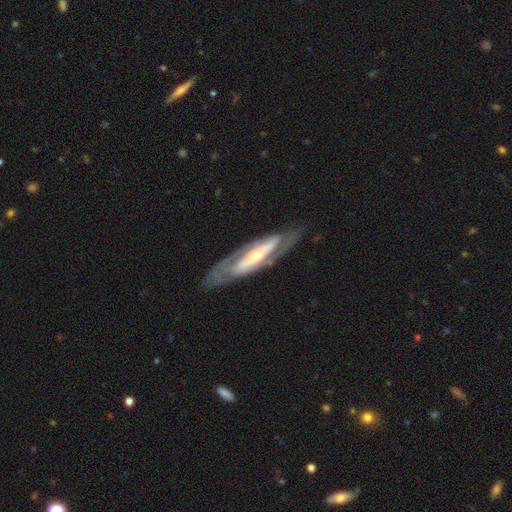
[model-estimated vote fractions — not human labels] A featured or disk galaxy (80%) with a strong bar (42%), spiral arms (74%) and a small central bulge (47%). Merging: none (77%).